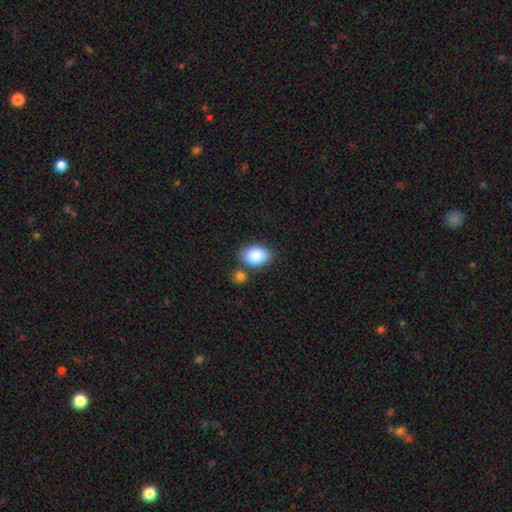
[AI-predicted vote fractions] Smooth or featured? Predicted: smooth (p=0.88). How rounded? Predicted: in between (p=0.81). Merging? Predicted: none (p=0.65).